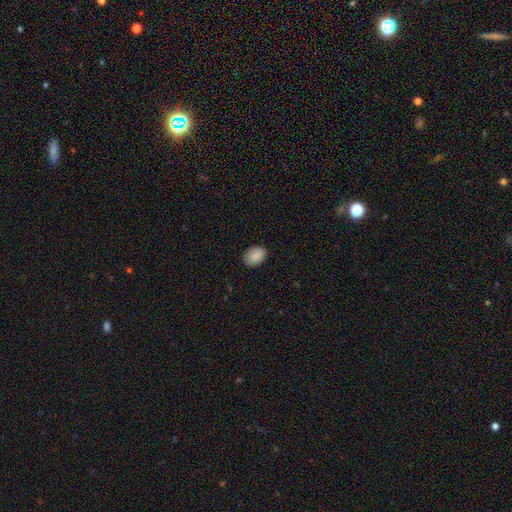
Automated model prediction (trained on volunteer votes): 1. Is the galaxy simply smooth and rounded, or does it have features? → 89% smooth, 7% star or artifact, 4% featured or disk.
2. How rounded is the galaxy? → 81% in between, 18% round, 1% cigar-shaped.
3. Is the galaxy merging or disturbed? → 85% none, 12% minor disturbance, 2% major disturbance, 1% merger.